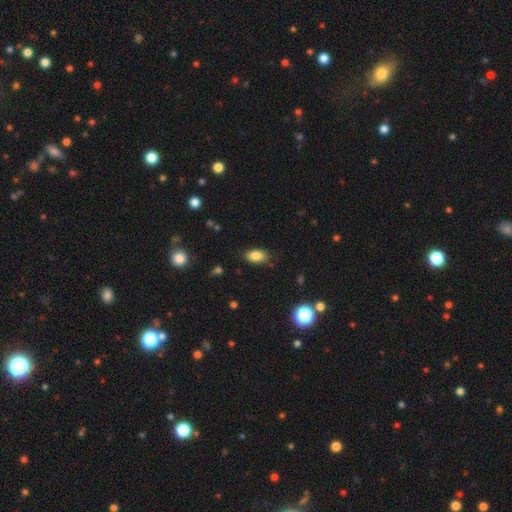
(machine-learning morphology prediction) This appears to be a smooth galaxy with no disk features (84%) that is in between round and cigar-shaped (91%). Merging: none (81%).